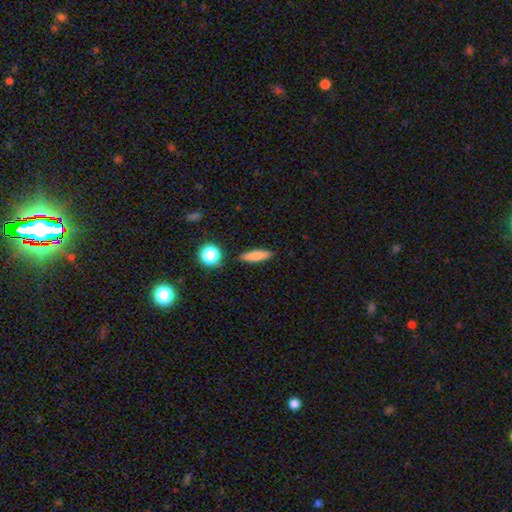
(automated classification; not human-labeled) Smooth or featured?
  - smooth: 81% *
  - featured or disk: 10%
  - star or artifact: 9%
How rounded?
  - cigar-shaped: 63% *
  - in between: 33%
  - round: 4%
Merging?
  - none: 87% *
  - minor disturbance: 8%
  - merger: 3%
  - major disturbance: 2%